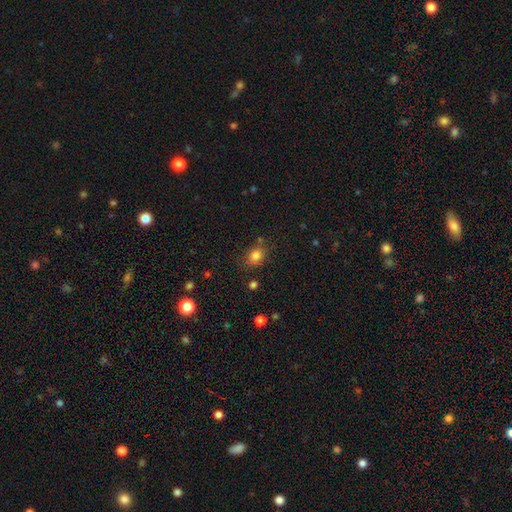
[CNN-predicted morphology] Overall: smooth (81%). How rounded: round (56%; in between 43%). Merging: none (74%).